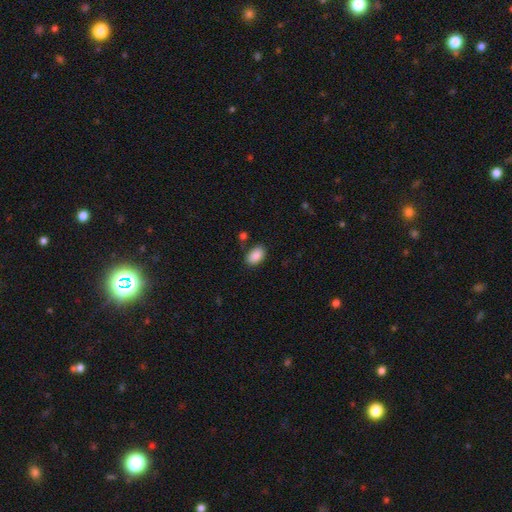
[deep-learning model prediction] Smooth or featured?
  - smooth: 89% *
  - star or artifact: 8%
  - featured or disk: 4%
How rounded?
  - in between: 90% *
  - round: 9%
  - cigar-shaped: 1%
Merging?
  - none: 78% *
  - minor disturbance: 14%
  - merger: 5%
  - major disturbance: 4%